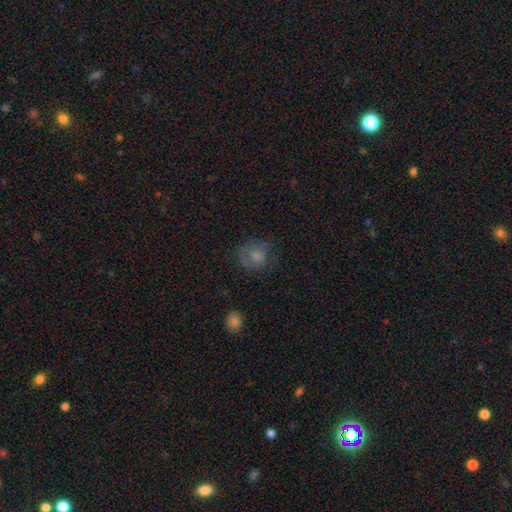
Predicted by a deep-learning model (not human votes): A smooth galaxy with no disk features (65%) that is round (71%).

Vote fractions:
- Smooth or featured? smooth: 65% / featured or disk: 22% / star or artifact: 12%
- How rounded? round: 71% / in between: 28% / cigar-shaped: 1%
- Merging? none: 52% / minor disturbance: 25% / major disturbance: 21% / merger: 2%